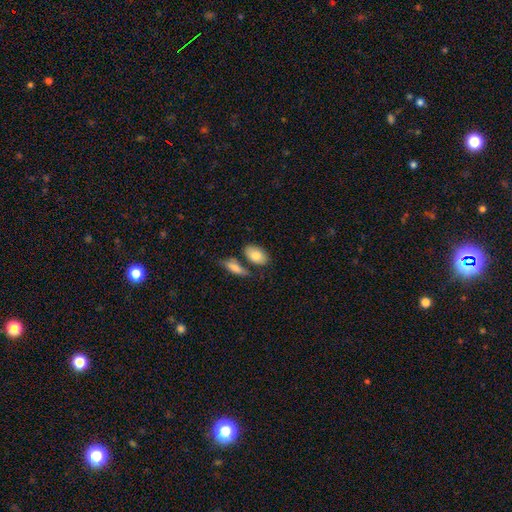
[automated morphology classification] Smooth or featured? smooth (81%)
How rounded? in between (92%)
Merging? none (63%)